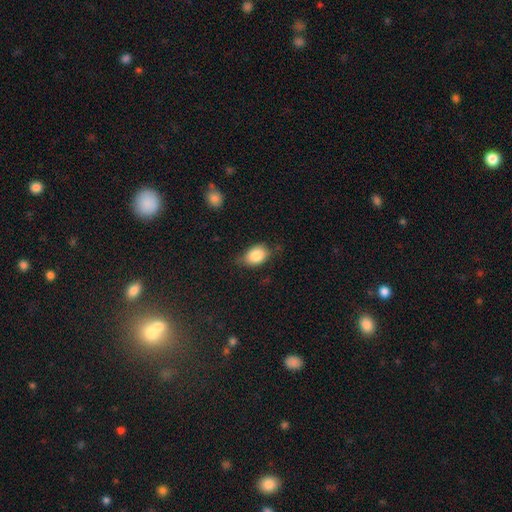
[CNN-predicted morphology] This appears to be a smooth galaxy with no disk features (84%) that is in between round and cigar-shaped (78%). Merging: none (64%).